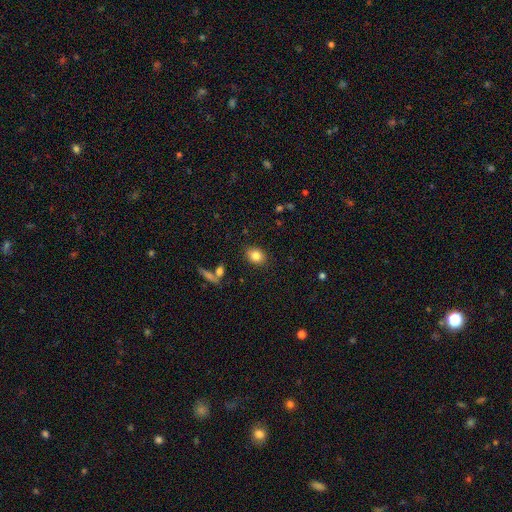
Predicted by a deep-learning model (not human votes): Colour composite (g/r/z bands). It shows a smooth galaxy with no disk features (83%) that is in between round and cigar-shaped (58%). Merging: none (86%).